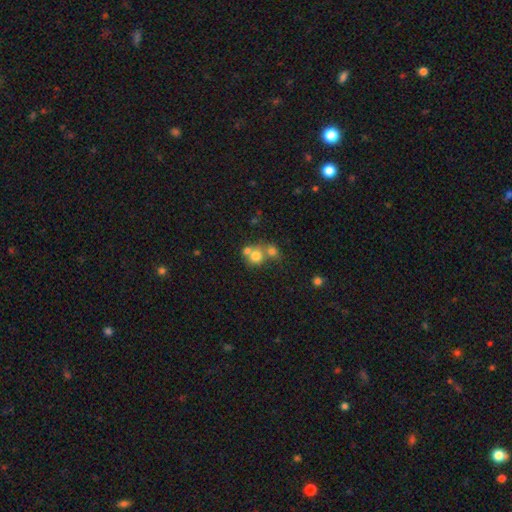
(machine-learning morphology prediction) Smooth or featured?
  - smooth: 70% *
  - featured or disk: 17%
  - star or artifact: 13%
How rounded?
  - round: 82% *
  - in between: 17%
  - cigar-shaped: 1%
Merging?
  - merger: 52% *
  - none: 36%
  - minor disturbance: 7%
  - major disturbance: 4%